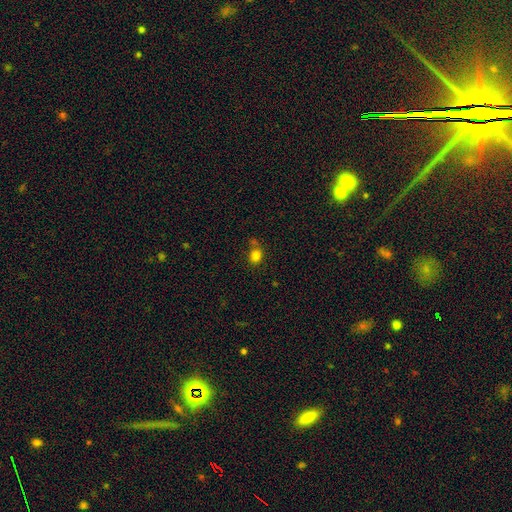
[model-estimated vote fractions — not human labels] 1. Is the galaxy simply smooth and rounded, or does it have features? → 81% smooth, 13% star or artifact, 5% featured or disk.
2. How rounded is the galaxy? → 56% round, 42% in between, 1% cigar-shaped.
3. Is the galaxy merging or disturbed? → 62% none, 16% merger, 16% minor disturbance, 6% major disturbance.